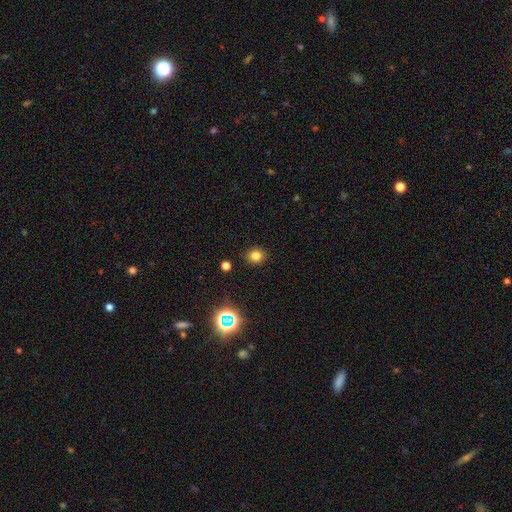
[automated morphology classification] Smooth or featured: smooth — 78% (star or artifact — 17%)
How rounded: round — 79% (in between — 20%)
Merging: none — 90% (minor disturbance — 6%)